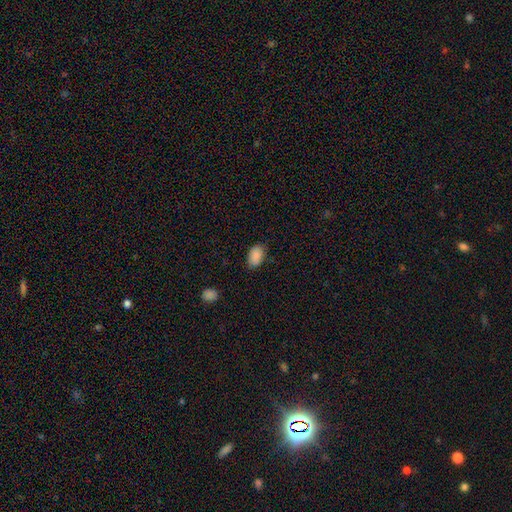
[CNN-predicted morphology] smooth_or_featured: smooth (p=0.89) [alt: star or artifact p=0.08]
how_rounded: in between (p=0.90) [alt: round p=0.09]
merging: none (p=0.79) [alt: minor disturbance p=0.17]